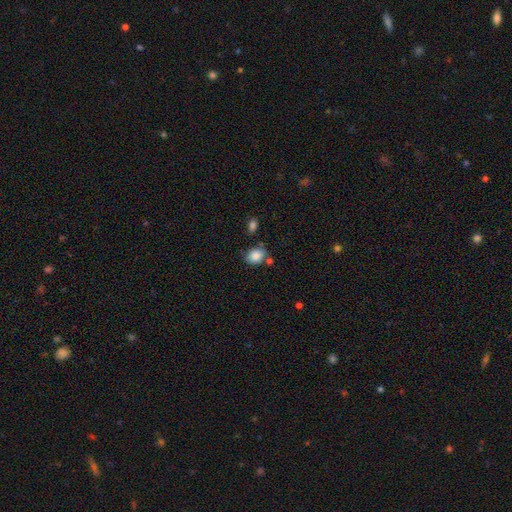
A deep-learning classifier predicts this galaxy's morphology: A smooth galaxy with no disk features (86%) that is in between round and cigar-shaped (54%). Merging: none (68%).